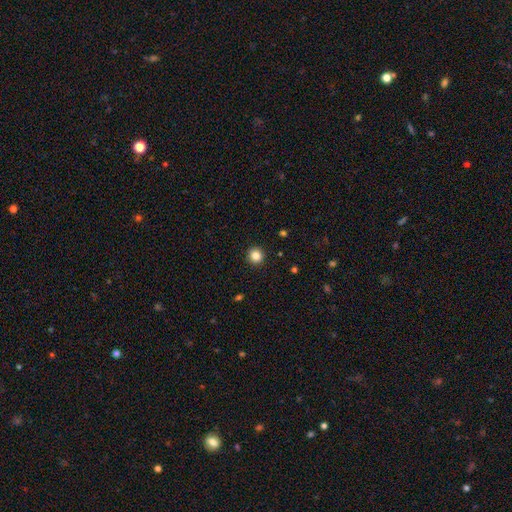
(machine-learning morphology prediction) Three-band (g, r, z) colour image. It shows a smooth galaxy with no disk features (85%) that is round (94%). Merging: none (93%).